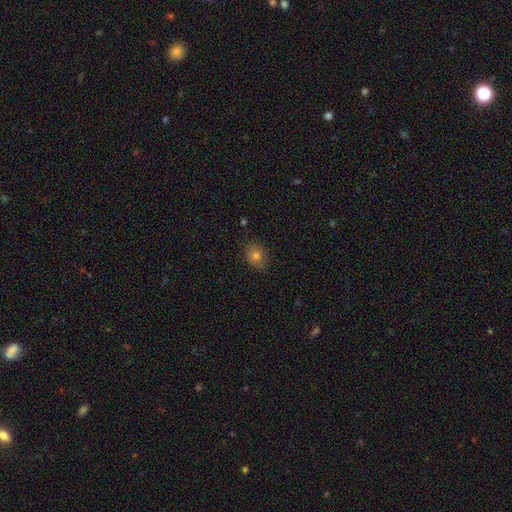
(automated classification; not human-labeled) smooth 76%, star or artifact 14%, featured or disk 11%. Down the decision tree: how rounded — in between (50%); merging — none (79%).